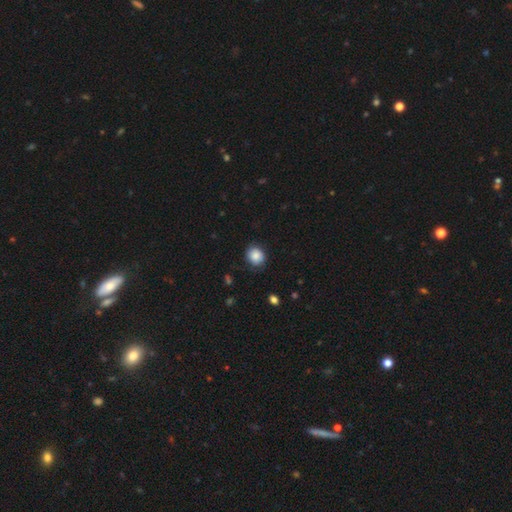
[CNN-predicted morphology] This is clearly a smooth galaxy (85%). How rounded: likely round (71%). Merging: likely none (78%).